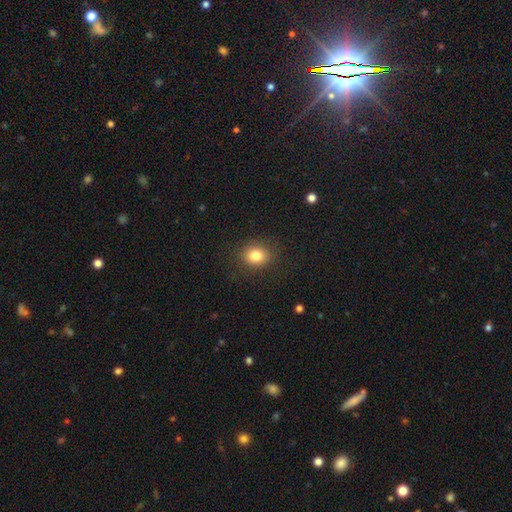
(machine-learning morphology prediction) This appears to be a smooth galaxy with no disk features (83%) that is round (63%). Merging: none (86%).